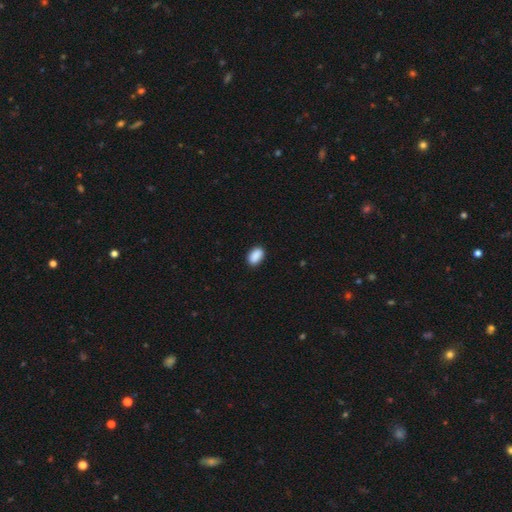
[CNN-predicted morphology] Smooth or featured: smooth — 90% (star or artifact — 7%)
How rounded: in between — 90% (round — 8%)
Merging: none — 89% (minor disturbance — 9%)